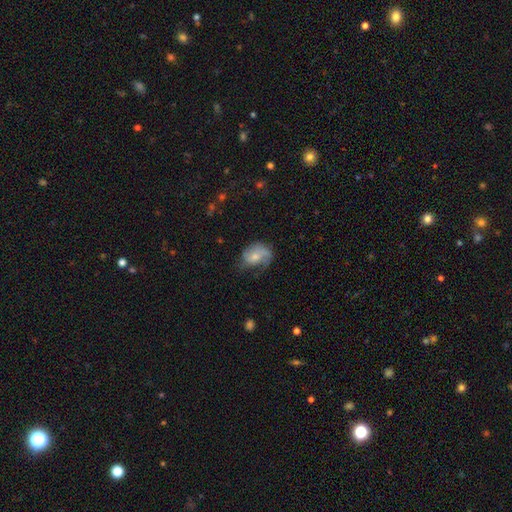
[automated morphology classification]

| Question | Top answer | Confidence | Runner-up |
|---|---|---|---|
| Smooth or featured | smooth | 46% | tied: featured or disk (46%) |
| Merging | none | 43% | minor disturbance (31%) |